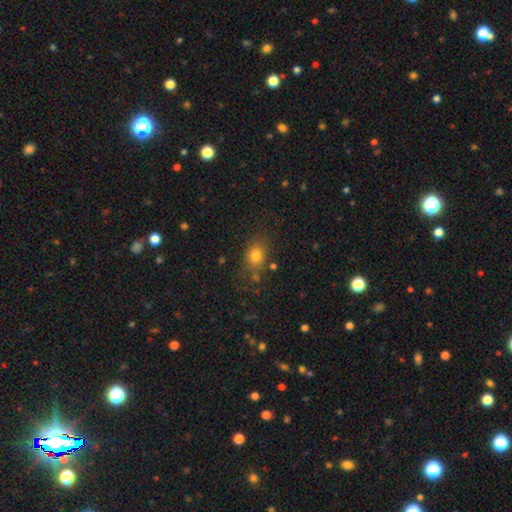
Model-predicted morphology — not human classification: A smooth galaxy with no disk features (78%) that is in between round and cigar-shaped (58%). Merging: none (73%).